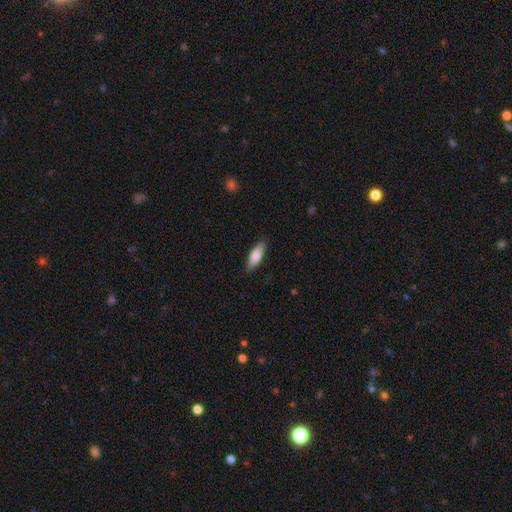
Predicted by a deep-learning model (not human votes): Smooth or featured?
  - smooth: 80% *
  - featured or disk: 14%
  - star or artifact: 6%
How rounded?
  - in between: 57% *
  - cigar-shaped: 41%
  - round: 2%
Merging?
  - none: 87% *
  - minor disturbance: 10%
  - major disturbance: 2%
  - merger: 1%